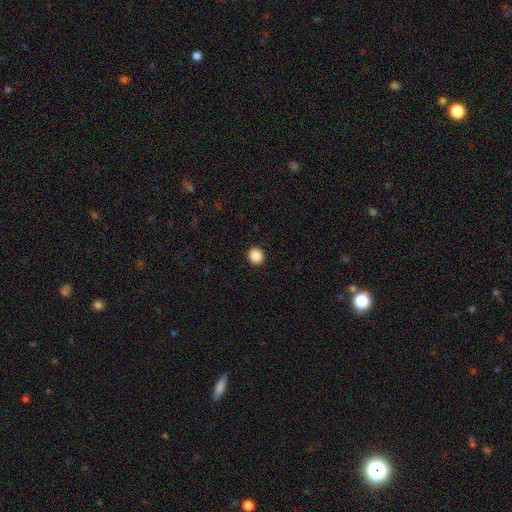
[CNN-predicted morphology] A smooth galaxy with no disk features (88%) that is round (90%). Merging: none (93%).